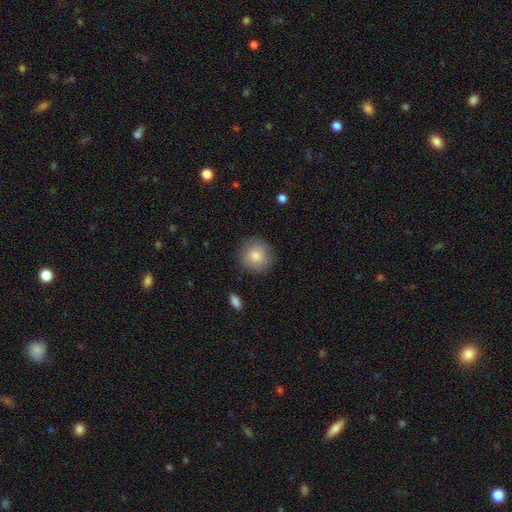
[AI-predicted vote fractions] This is clearly a smooth galaxy (81%). How rounded: clearly round (93%). Merging: clearly none (88%).